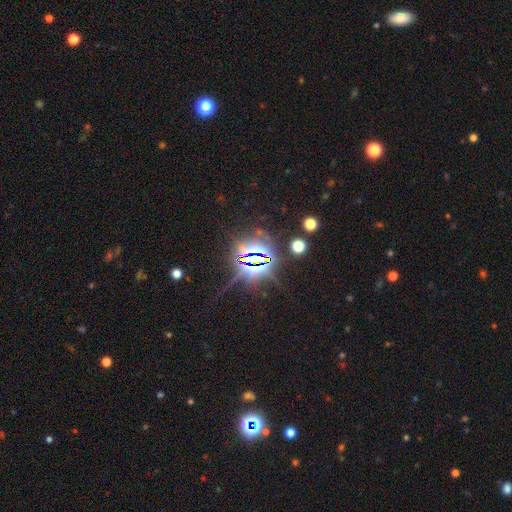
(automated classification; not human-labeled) The model was most divided on "smooth or featured": star or artifact: 80%, smooth: 10%, featured or disk: 9%.